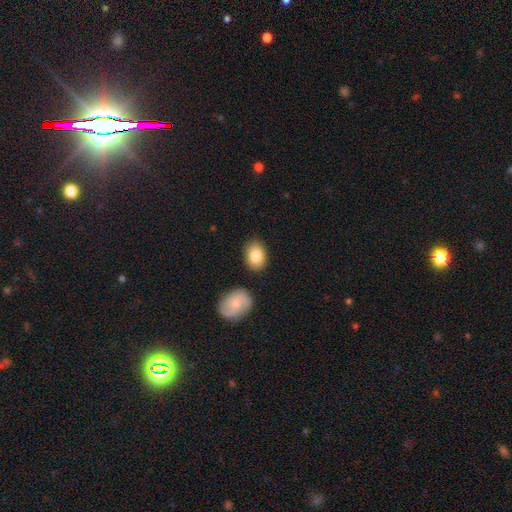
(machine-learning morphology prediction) The model was most divided on "how rounded": in between: 77%, round: 22%, cigar-shaped: 1%. More confident: smooth or featured — smooth (82%); merging — none (81%).